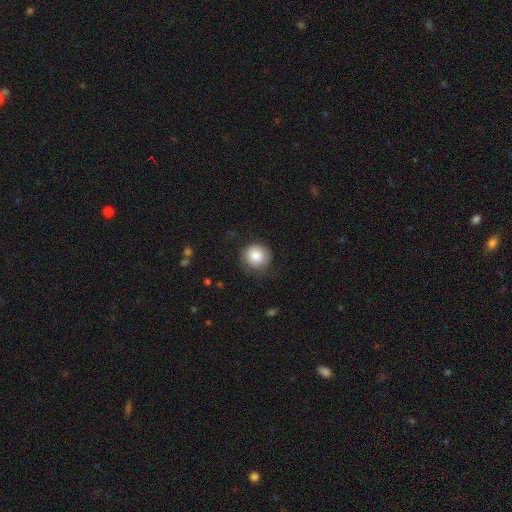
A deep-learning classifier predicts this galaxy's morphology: This appears to be a smooth galaxy with no disk features (84%) that is round (92%). Merging: none (79%).